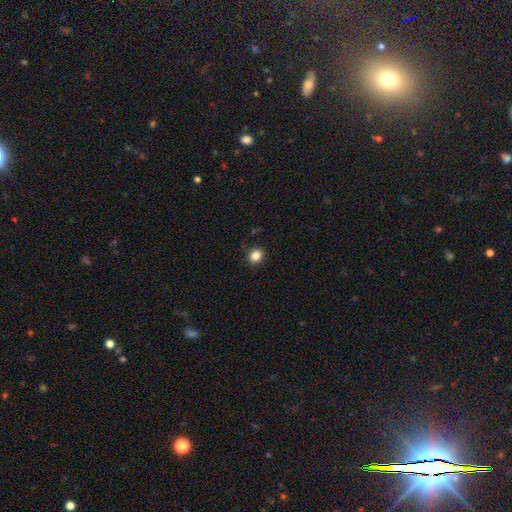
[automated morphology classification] Smooth or featured? smooth (85%)
How rounded? round (65%)
Merging? none (88%)